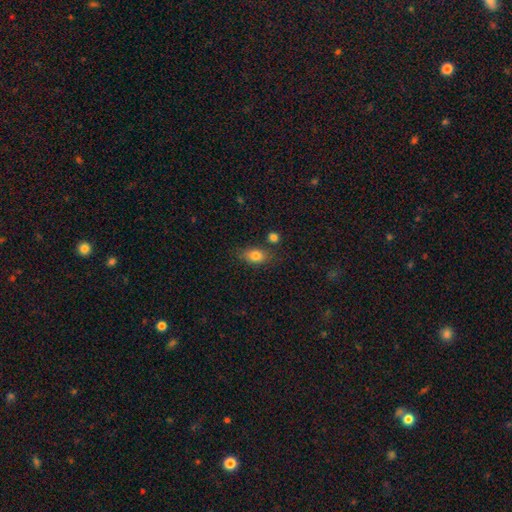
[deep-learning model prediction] Smooth or featured? Predicted: smooth (p=0.81). How rounded? Predicted: in between (p=0.78). Merging? Predicted: none (p=0.72).